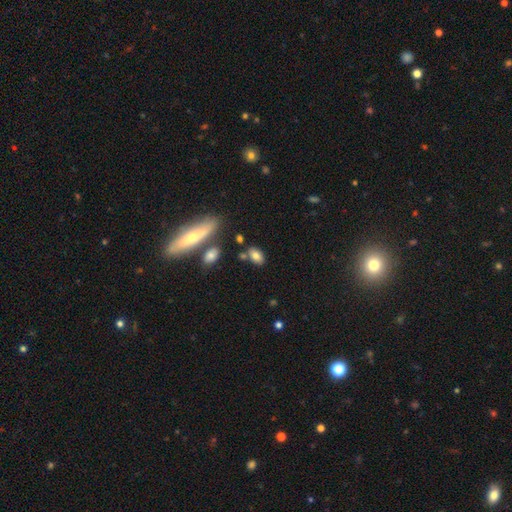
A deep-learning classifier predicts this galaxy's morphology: smooth-or-featured: smooth: 78% | featured or disk: 13% | star or artifact: 9%
  how-rounded: in between: 87% | round: 8% | cigar-shaped: 5%
  merging: none: 70% | minor disturbance: 15% | merger: 11% | major disturbance: 4%